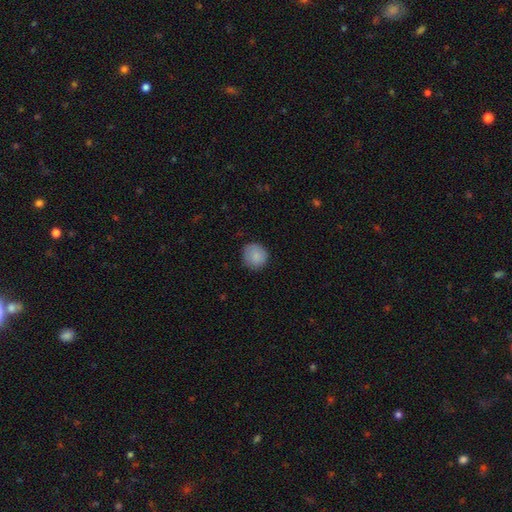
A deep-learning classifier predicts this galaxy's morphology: Smooth or featured? Predicted: smooth (p=0.86). How rounded? Predicted: round (p=0.92). Merging? Predicted: none (p=0.83).